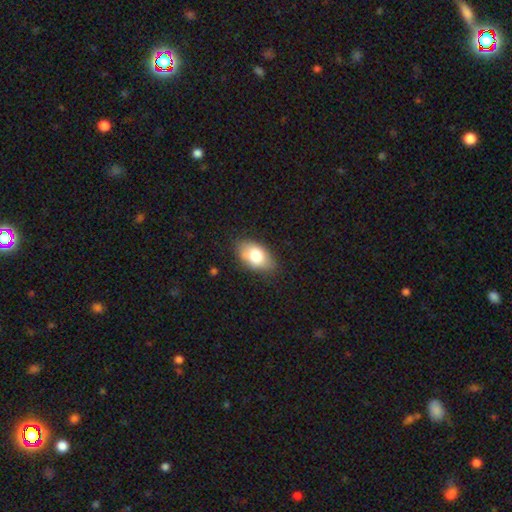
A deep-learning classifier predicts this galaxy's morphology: Smooth or featured? Predicted: smooth (p=0.77). How rounded? Predicted: in between (p=0.91). Merging? Predicted: none (p=0.79).